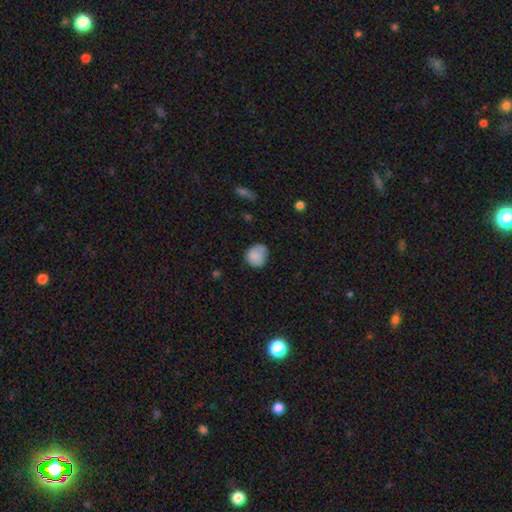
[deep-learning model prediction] This appears to be a smooth galaxy with no disk features (80%) that is round (76%). Merging: none (60%).